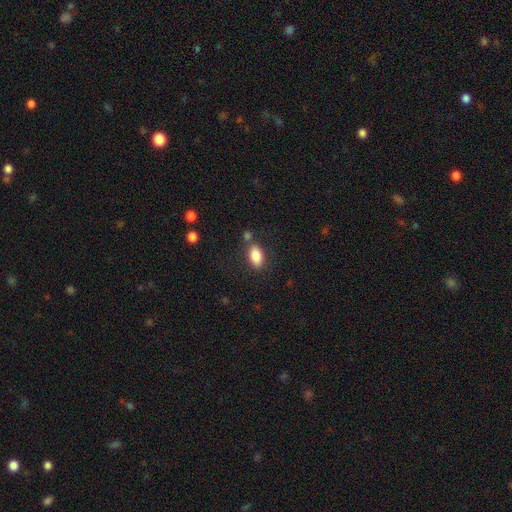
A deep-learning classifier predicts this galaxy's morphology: Smooth or featured: smooth — 85% (star or artifact — 8%)
How rounded: in between — 90% (round — 6%)
Merging: none — 74% (minor disturbance — 13%)